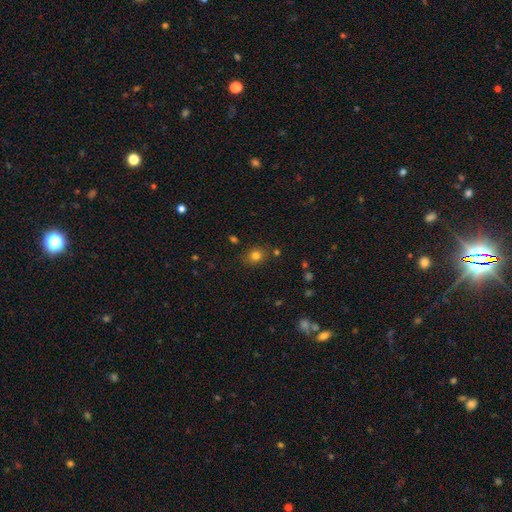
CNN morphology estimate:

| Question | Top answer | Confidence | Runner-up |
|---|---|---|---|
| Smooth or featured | smooth | 78% | star or artifact (15%) |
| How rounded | round | 67% | in between (32%) |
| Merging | none | 81% | minor disturbance (12%) |